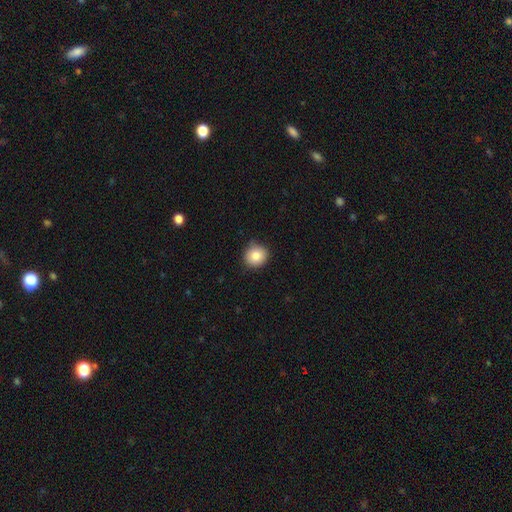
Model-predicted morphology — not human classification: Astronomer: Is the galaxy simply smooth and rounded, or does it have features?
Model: smooth — 85%.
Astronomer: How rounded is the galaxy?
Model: round — 88%.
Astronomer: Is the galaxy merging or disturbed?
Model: none — 85%.